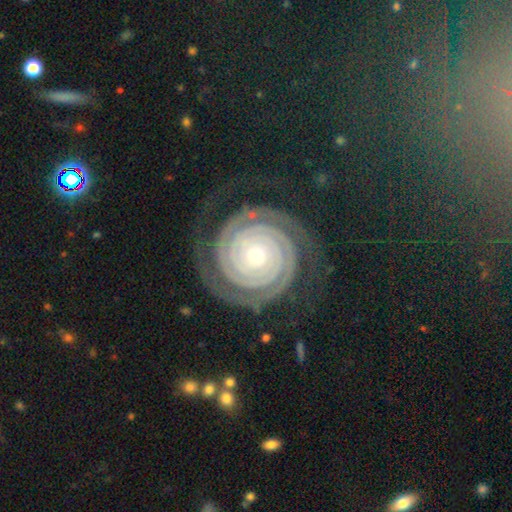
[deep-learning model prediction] This appears to be a featured or disk galaxy (93%) with no bar (75%), 2 (82%) tight (92%) spiral arms (99%) and a small central bulge (57%). Merging: none (82%).